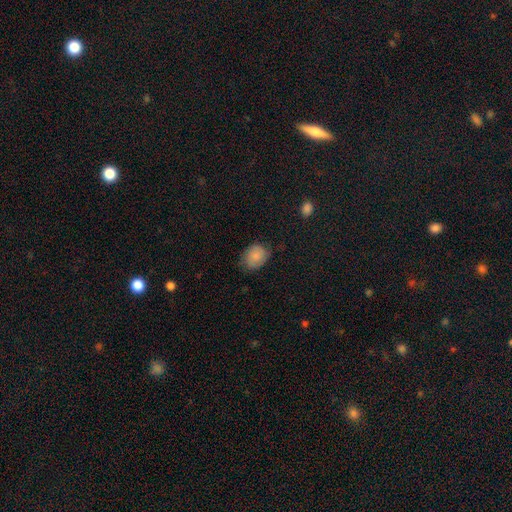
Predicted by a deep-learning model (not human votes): A smooth galaxy with no disk features (82%) that is in between round and cigar-shaped (50%).

Vote fractions:
- Smooth or featured? smooth: 82% / featured or disk: 11% / star or artifact: 8%
- How rounded? in between: 50% / round: 49% / cigar-shaped: 1%
- Merging? none: 69% / minor disturbance: 25% / major disturbance: 5% / merger: 1%